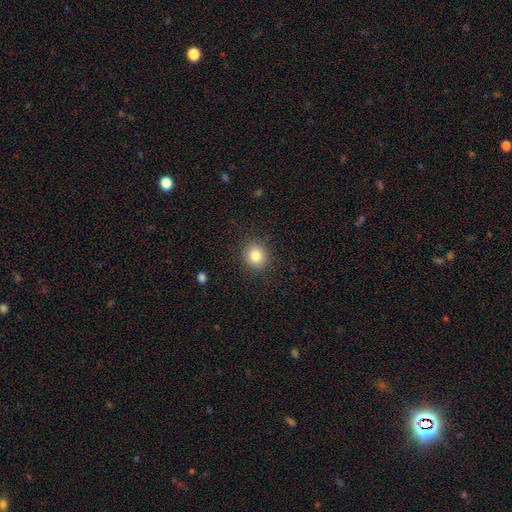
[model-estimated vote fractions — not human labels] Q: Smooth or featured?
A: smooth (83%); runner-up: star or artifact (10%)
Q: How rounded?
A: round (84%); runner-up: in between (15%)
Q: Merging?
A: none (89%); runner-up: minor disturbance (7%)